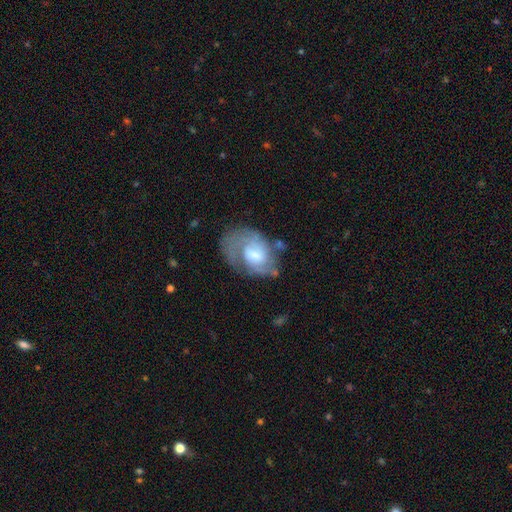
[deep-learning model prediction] smooth-or-featured: featured or disk: 67% | smooth: 26% | star or artifact: 6%
  disk-edge-on: no: 97% | yes: 3%
    bar: no: 52% | weak: 41% | strong: 7%
    has-spiral-arms: yes: 81% | no: 19%
      spiral-winding: medium: 41% (tied) | tight: 41% (tied) | loose: 18%
      spiral-arm-count: 2: 45% | can't tell: 28% | 1: 18% | 3: 6% | 4: 2% | more than 4: 2%
    bulge-size: moderate: 46% | small: 26% | large: 19% | none: 6% | dominant: 2%
  merging: none: 46% | minor disturbance: 25% | major disturbance: 25% | merger: 4%